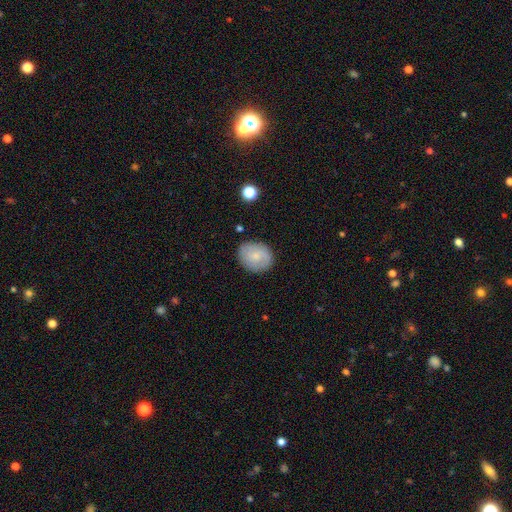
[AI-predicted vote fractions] This appears to be a smooth galaxy with no disk features (68%) that is round (62%). Merging: none (83%).